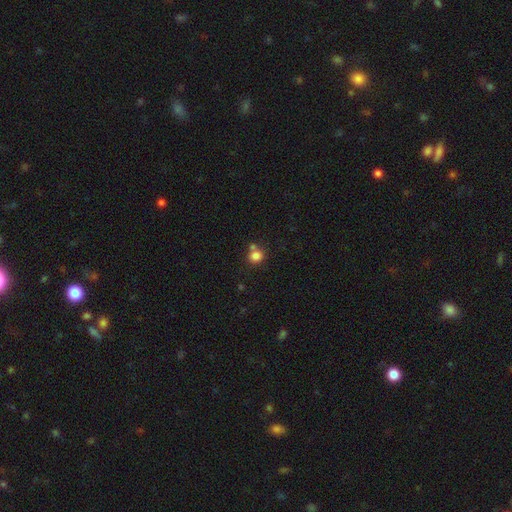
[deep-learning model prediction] Smooth or featured?
  - smooth: 82% *
  - star or artifact: 12%
  - featured or disk: 7%
How rounded?
  - round: 80% *
  - in between: 19%
  - cigar-shaped: 1%
Merging?
  - none: 59% *
  - merger: 26%
  - minor disturbance: 11%
  - major disturbance: 4%